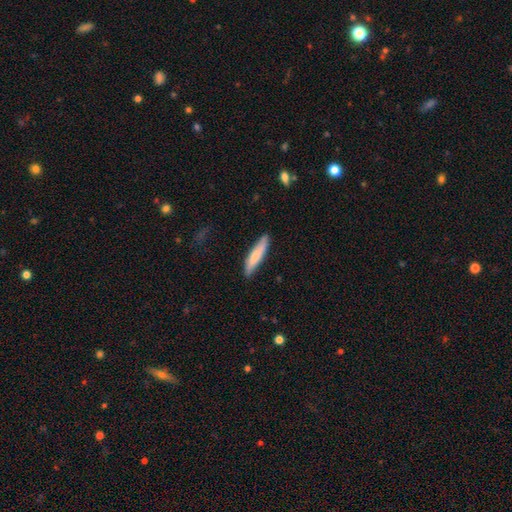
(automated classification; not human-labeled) This appears to be a smooth galaxy with no disk features (75%) that is cigar-shaped (86%). Merging: none (86%).